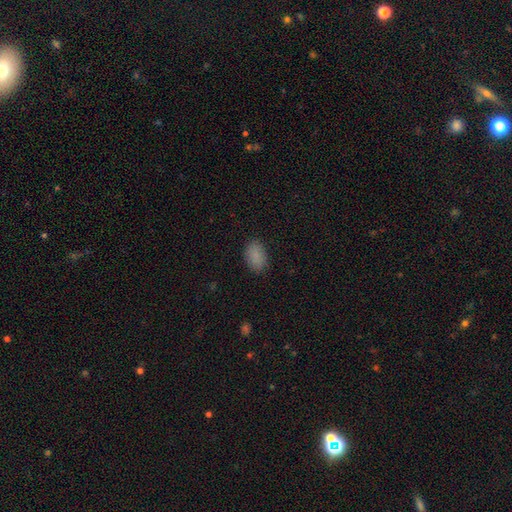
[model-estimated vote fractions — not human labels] Smooth or featured?
  - smooth: 88% *
  - star or artifact: 9%
  - featured or disk: 4%
How rounded?
  - in between: 90% *
  - round: 8%
  - cigar-shaped: 1%
Merging?
  - none: 85% *
  - minor disturbance: 11%
  - major disturbance: 3%
  - merger: 1%